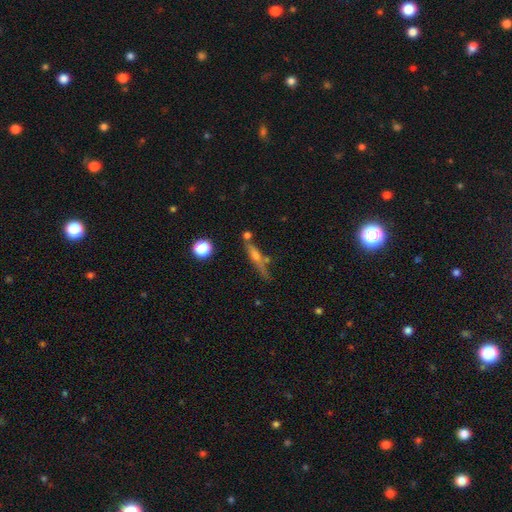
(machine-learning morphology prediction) Smooth or featured? featured or disk (52%)
Edge-on disk? yes (86%)
Merging? none (61%)